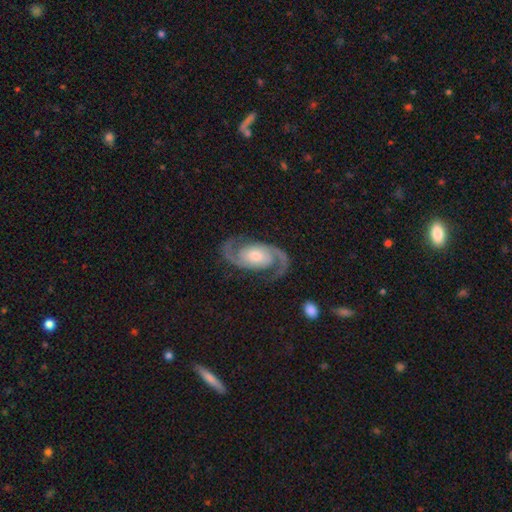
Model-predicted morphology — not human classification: featured or disk 93%, star or artifact 4%, smooth 3%. Down the decision tree: edge-on disk — no (98%); bar — no (60%); spiral arms — yes (98%); spiral arm count — 2 (95%); spiral winding — medium (57%); bulge size — moderate (57%); merging — none (84%).